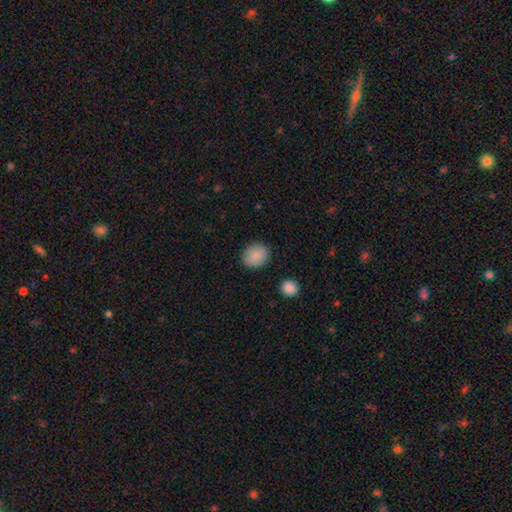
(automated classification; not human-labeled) smooth_or_featured: smooth (p=0.88) [alt: star or artifact p=0.07]
how_rounded: round (p=0.59) [alt: in between p=0.40]
merging: none (p=0.87) [alt: minor disturbance p=0.09]